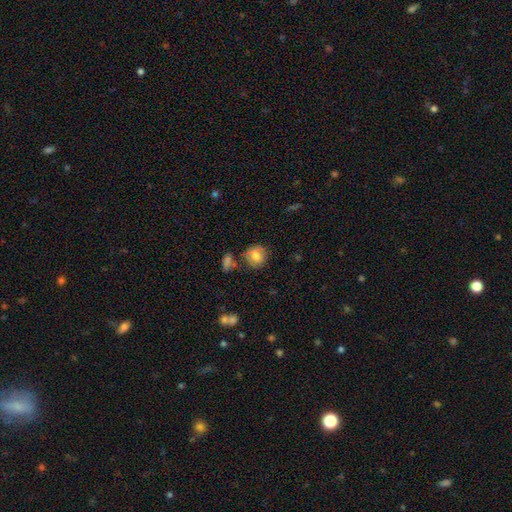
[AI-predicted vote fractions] smooth-or-featured: smooth: 74% | featured or disk: 17% | star or artifact: 9%
  how-rounded: round: 80% | in between: 19% | cigar-shaped: 1%
  merging: none: 73% | minor disturbance: 15% | merger: 8% | major disturbance: 4%